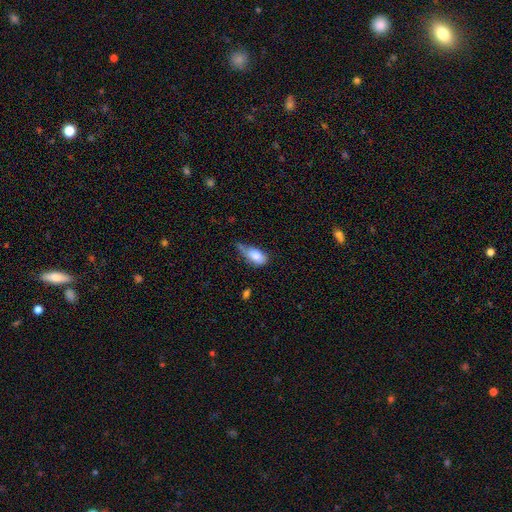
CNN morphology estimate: Smooth or featured?
  - smooth: 81% *
  - featured or disk: 12%
  - star or artifact: 7%
How rounded?
  - in between: 89% *
  - round: 5%
  - cigar-shaped: 5%
Merging?
  - minor disturbance: 45% *
  - none: 25%
  - major disturbance: 25%
  - merger: 6%